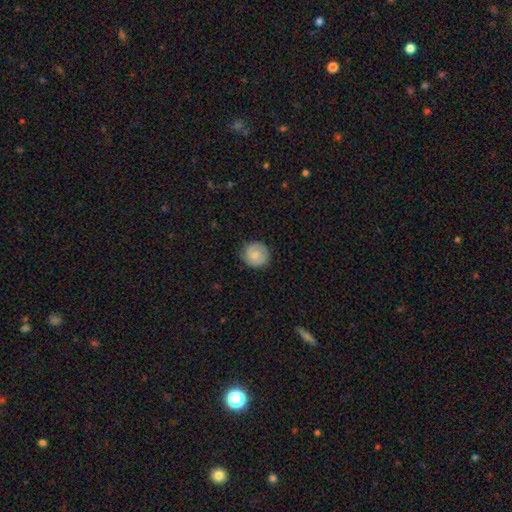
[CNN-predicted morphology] Smooth or featured: smooth — 49% (featured or disk — 44%)
Merging: none — 84% (minor disturbance — 12%)